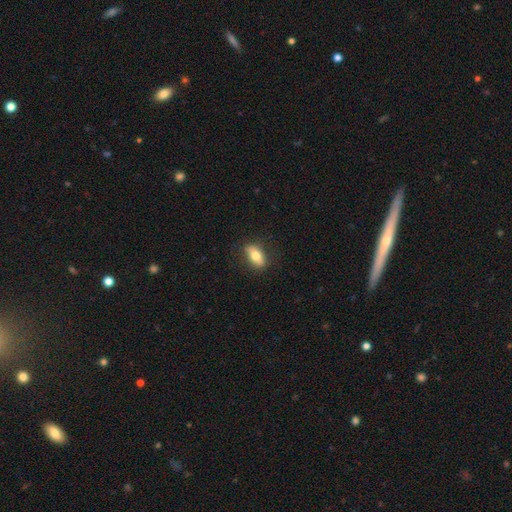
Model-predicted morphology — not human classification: This appears to be a smooth galaxy with no disk features (70%) that is in between round and cigar-shaped (82%). Merging: none (82%).